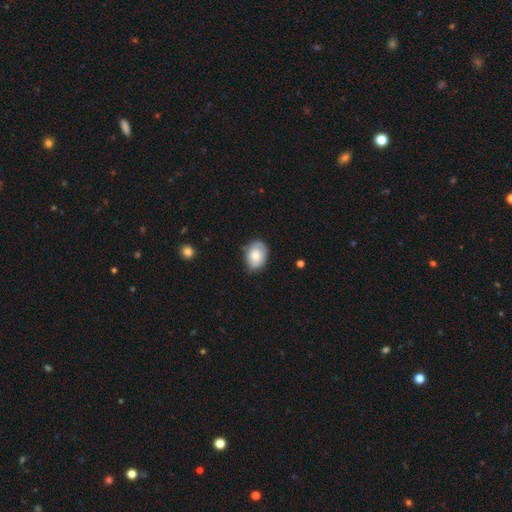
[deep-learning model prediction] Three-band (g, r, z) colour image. It shows a smooth galaxy with no disk features (66%) that is in between round and cigar-shaped (74%). Merging: none (71%).